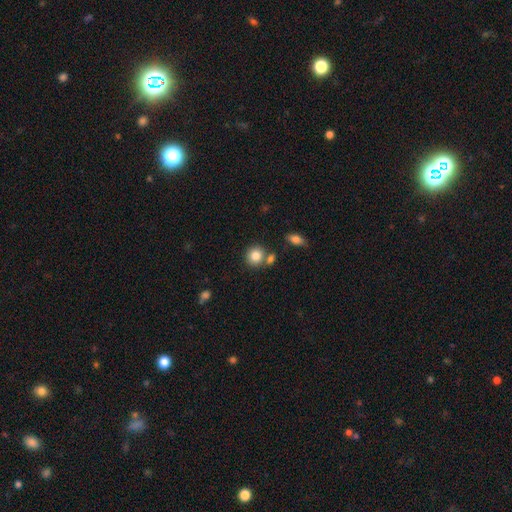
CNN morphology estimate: Q: Smooth or featured?
A: smooth (83%); runner-up: star or artifact (9%)
Q: How rounded?
A: round (84%); runner-up: in between (15%)
Q: Merging?
A: none (68%); runner-up: merger (18%)